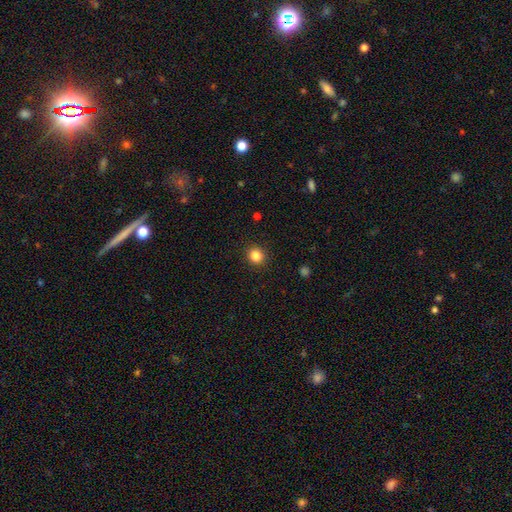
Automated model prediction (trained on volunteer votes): Q: Smooth or featured?
A: smooth (85%); runner-up: star or artifact (11%)
Q: How rounded?
A: round (88%); runner-up: in between (12%)
Q: Merging?
A: none (91%); runner-up: minor disturbance (6%)